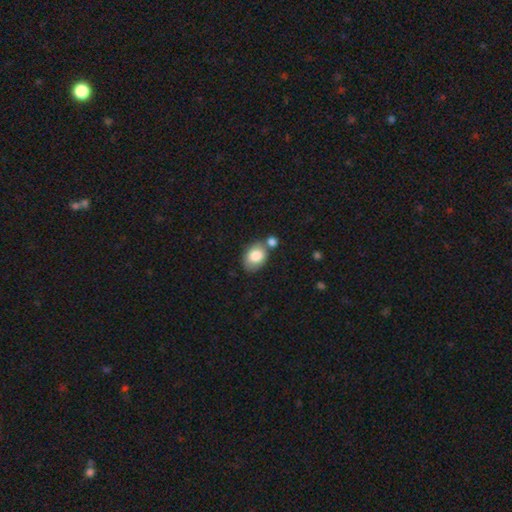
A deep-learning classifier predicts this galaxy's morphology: smooth-or-featured: smooth: 82% | featured or disk: 11% | star or artifact: 8%
  how-rounded: in between: 72% | round: 27% | cigar-shaped: 1%
  merging: none: 60% | merger: 20% | minor disturbance: 15% | major disturbance: 4%